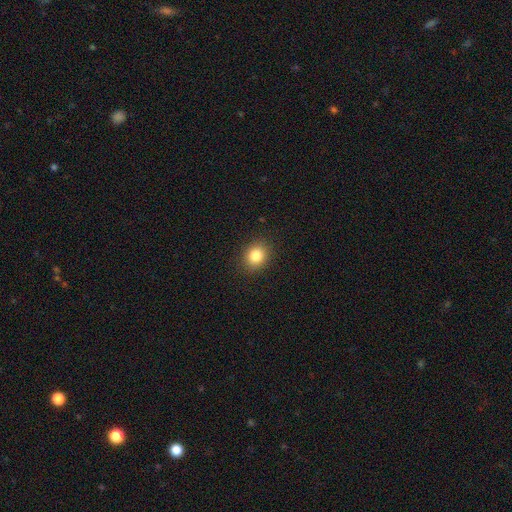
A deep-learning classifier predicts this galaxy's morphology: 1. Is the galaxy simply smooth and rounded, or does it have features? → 83% smooth, 10% star or artifact, 6% featured or disk.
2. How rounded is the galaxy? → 63% round, 36% in between, 1% cigar-shaped.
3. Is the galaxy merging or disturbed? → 89% none, 8% minor disturbance, 2% major disturbance, 1% merger.